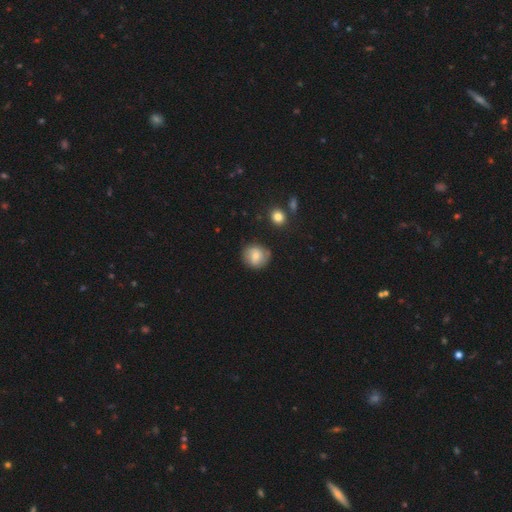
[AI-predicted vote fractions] smooth_or_featured: smooth (p=0.63) [alt: featured or disk p=0.28]
how_rounded: round (p=0.86) [alt: in between p=0.13]
merging: none (p=0.77) [alt: minor disturbance p=0.16]